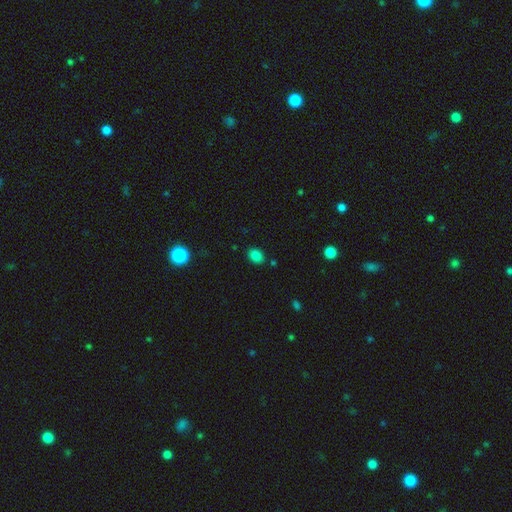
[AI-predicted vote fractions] Smooth or featured: smooth — 83% (star or artifact — 12%)
How rounded: in between — 68% (round — 31%)
Merging: none — 84% (minor disturbance — 10%)